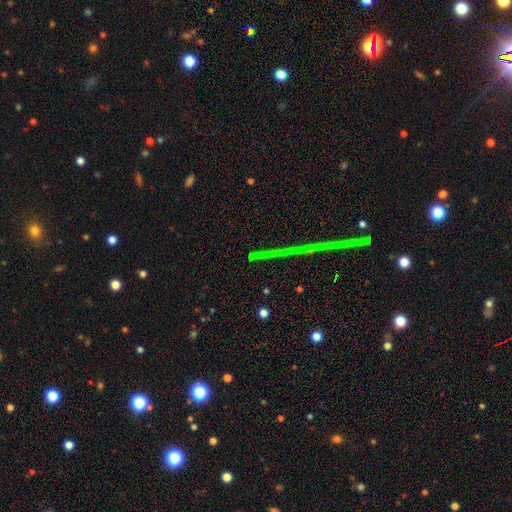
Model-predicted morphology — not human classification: Smooth or featured? Predicted: star or artifact (p=0.72).